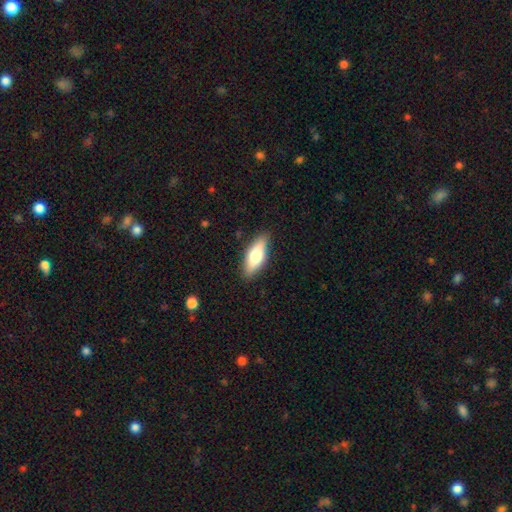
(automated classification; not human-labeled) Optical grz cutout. It shows a smooth galaxy with no disk features (68%) that is in between round and cigar-shaped (64%). Merging: none (87%).